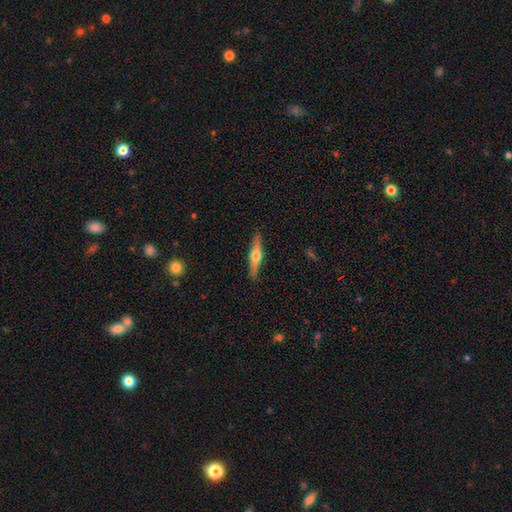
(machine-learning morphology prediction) A featured or disk galaxy (64%) viewed edge-on (96%) with a rounded central bulge (94%).

Vote fractions:
- Smooth or featured? featured or disk: 64% / smooth: 30% / star or artifact: 6%
- Edge-on disk? yes: 96% / no: 4%
- Edge-on bulge? rounded: 94% / boxy: 4% / none: 2%
- Merging? none: 90% / minor disturbance: 7% / major disturbance: 2% / merger: 1%